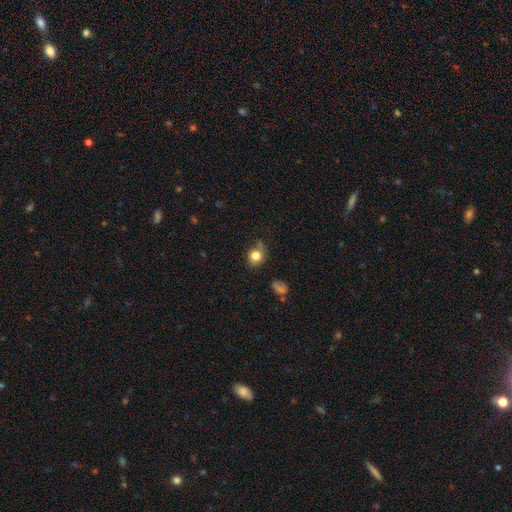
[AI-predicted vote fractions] A smooth galaxy with no disk features (79%) that is round (64%).

Vote fractions:
- Smooth or featured? smooth: 79% / star or artifact: 11% / featured or disk: 10%
- How rounded? round: 64% / in between: 34% / cigar-shaped: 1%
- Merging? none: 58% / minor disturbance: 29% / major disturbance: 10% / merger: 3%